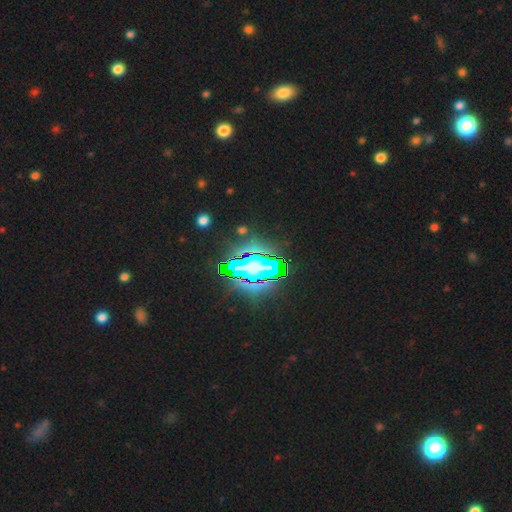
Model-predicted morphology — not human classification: type=star or artifact (84%).